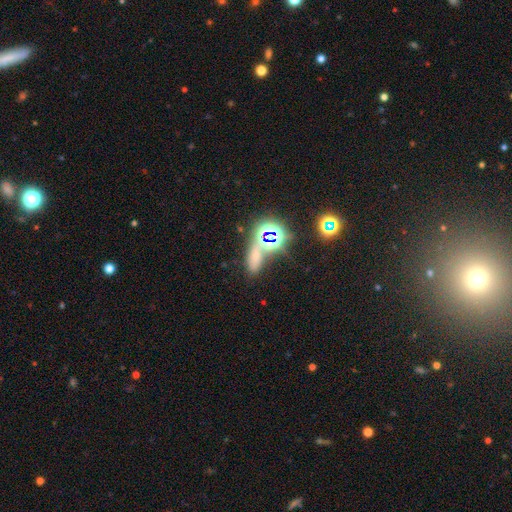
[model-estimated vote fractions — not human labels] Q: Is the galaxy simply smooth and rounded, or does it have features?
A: smooth — 48%.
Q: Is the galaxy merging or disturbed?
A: none — 62%.